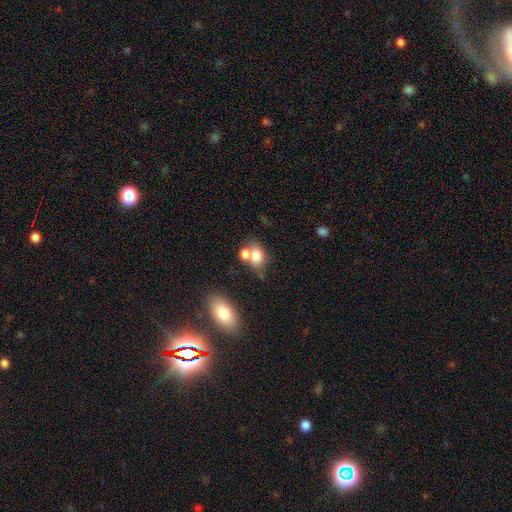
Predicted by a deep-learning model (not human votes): smooth-or-featured: smooth: 76% | featured or disk: 14% | star or artifact: 10%
  how-rounded: in between: 70% | round: 28% | cigar-shaped: 2%
  merging: merger: 49% | none: 33% | minor disturbance: 12% | major disturbance: 6%